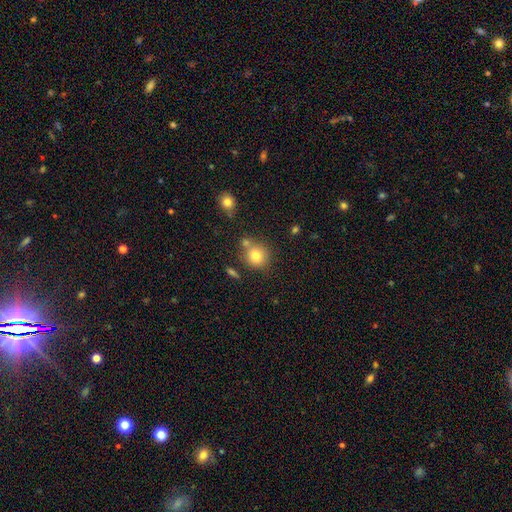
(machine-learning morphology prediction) The model was most divided on "merging": none: 64%, merger: 20%, minor disturbance: 12%, major disturbance: 4%. More confident: how rounded — round (83%); smooth or featured — smooth (78%).